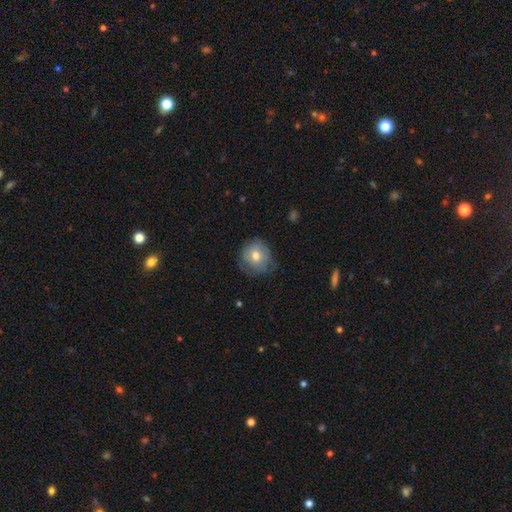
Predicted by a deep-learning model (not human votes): Smooth or featured? Predicted: smooth (p=0.71). How rounded? Predicted: round (p=0.85). Merging? Predicted: none (p=0.64).